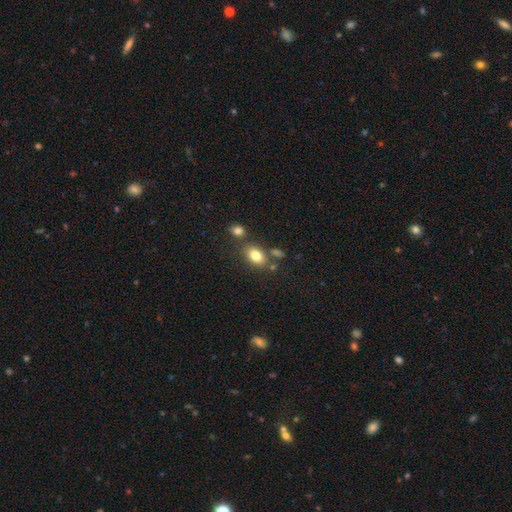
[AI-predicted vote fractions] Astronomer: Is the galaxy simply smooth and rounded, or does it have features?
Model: smooth — 81%.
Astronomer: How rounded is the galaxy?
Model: in between — 80%.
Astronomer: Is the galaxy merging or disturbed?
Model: none — 66%.